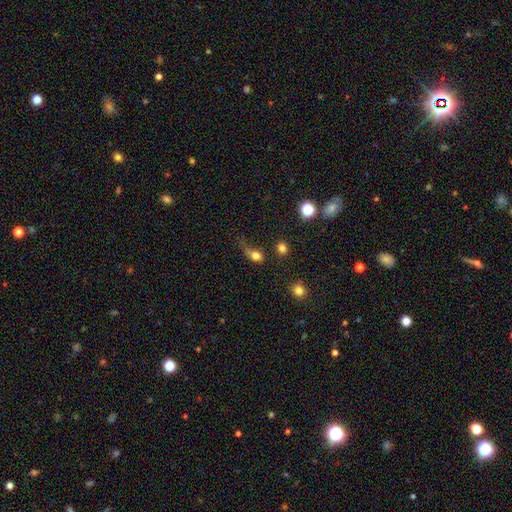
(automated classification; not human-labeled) The model was most divided on "merging": major disturbance: 34%, none: 32%, minor disturbance: 24%, merger: 10%. More confident: smooth or featured — smooth (75%); how rounded — round (53%).